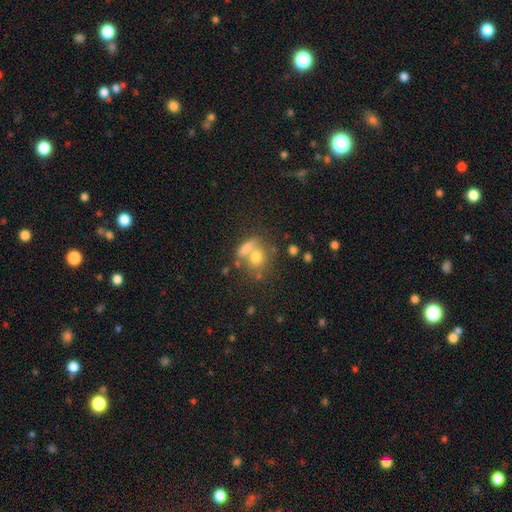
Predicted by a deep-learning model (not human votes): Morphology: type=smooth (55%); roundness=round (63%); merging=merger (45%).